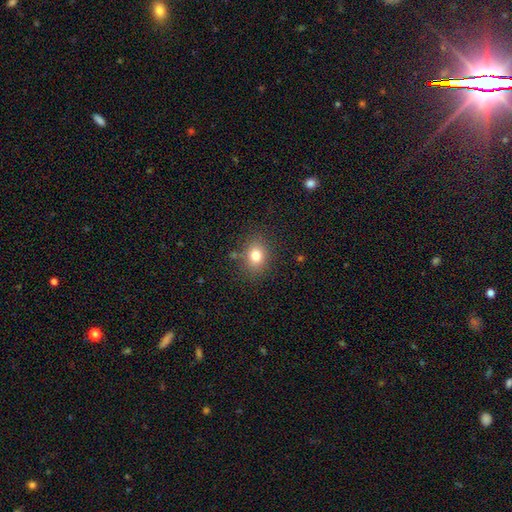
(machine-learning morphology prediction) Smooth or featured? smooth (79%)
How rounded? round (51%)
Merging? none (81%)